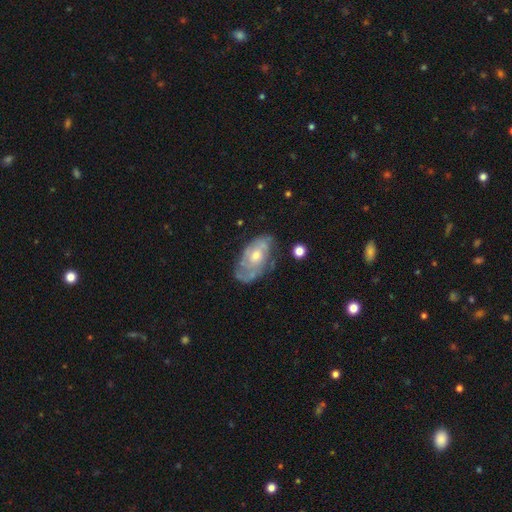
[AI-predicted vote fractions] Smooth or featured?
  - featured or disk: 70% *
  - smooth: 24%
  - star or artifact: 7%
Edge-on disk?
  - no: 94% *
  - yes: 6%
Bar?
  - no: 79% *
  - weak: 19%
  - strong: 3%
Spiral arms?
  - yes: 67% *
  - no: 33%
Bulge size?
  - moderate: 57% *
  - small: 35%
  - large: 4%
  - none: 2%
  - dominant: 1%
Merging?
  - none: 60% *
  - minor disturbance: 25%
  - major disturbance: 12%
  - merger: 3%